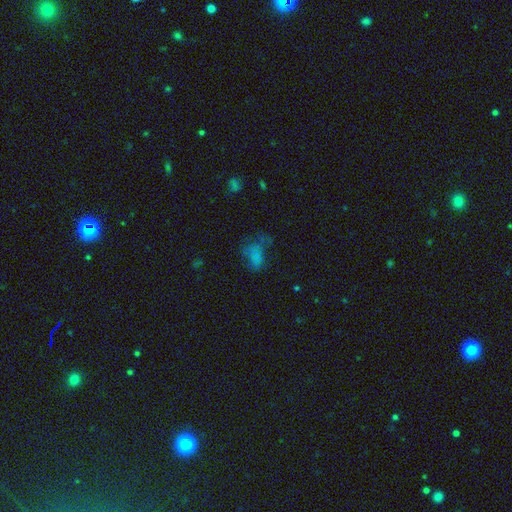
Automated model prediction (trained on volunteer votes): smooth-or-featured: smooth: 62% | star or artifact: 21% | featured or disk: 16%
  how-rounded: in between: 83% | round: 14% | cigar-shaped: 3%
  merging: major disturbance: 38% | none: 33% | minor disturbance: 23% | merger: 6%